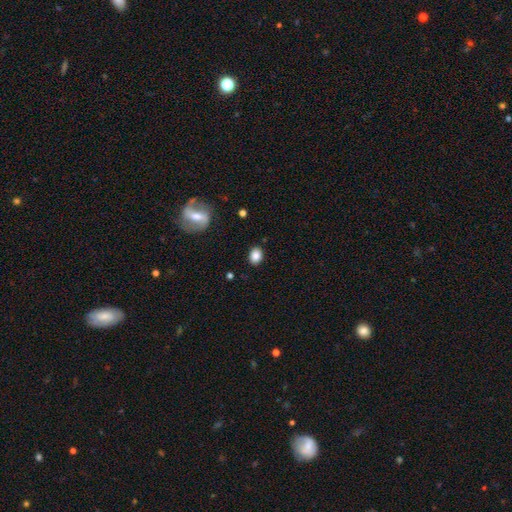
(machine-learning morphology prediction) Q: Smooth or featured?
A: smooth (84%); runner-up: star or artifact (9%)
Q: How rounded?
A: in between (65%); runner-up: round (33%)
Q: Merging?
A: none (87%); runner-up: minor disturbance (9%)